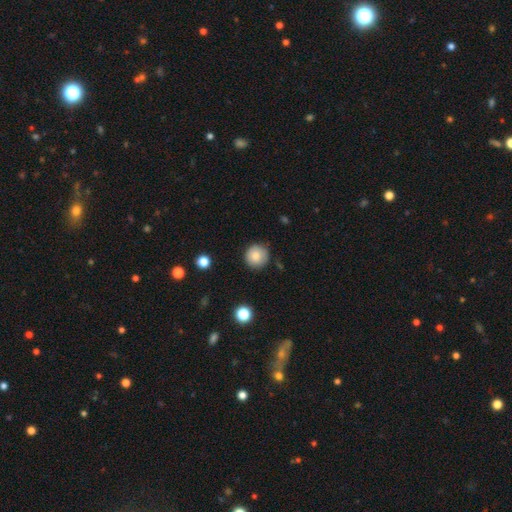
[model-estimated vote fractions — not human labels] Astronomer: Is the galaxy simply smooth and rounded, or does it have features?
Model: smooth — 83%.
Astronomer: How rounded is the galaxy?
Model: round — 95%.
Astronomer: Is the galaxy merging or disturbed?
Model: none — 87%.